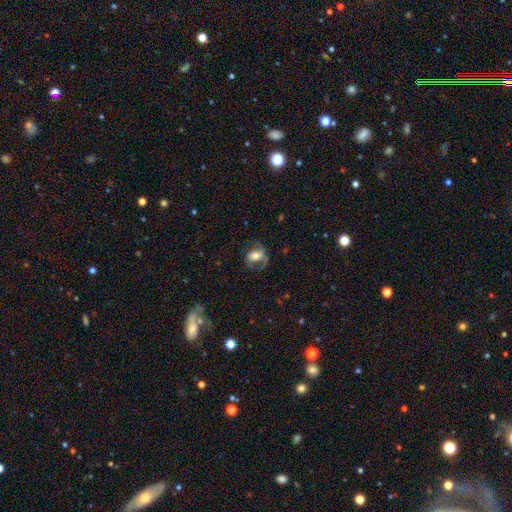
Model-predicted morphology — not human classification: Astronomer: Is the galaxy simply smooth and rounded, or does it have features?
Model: featured or disk — 57% (runner-up: smooth, 35%).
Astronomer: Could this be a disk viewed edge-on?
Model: no — 95%.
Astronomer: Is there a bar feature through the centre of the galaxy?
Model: no — 47% (runner-up: weak, 31%).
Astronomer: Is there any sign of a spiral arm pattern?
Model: yes — 72%.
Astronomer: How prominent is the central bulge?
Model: moderate — 56%.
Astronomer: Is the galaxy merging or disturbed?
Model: none — 55%.